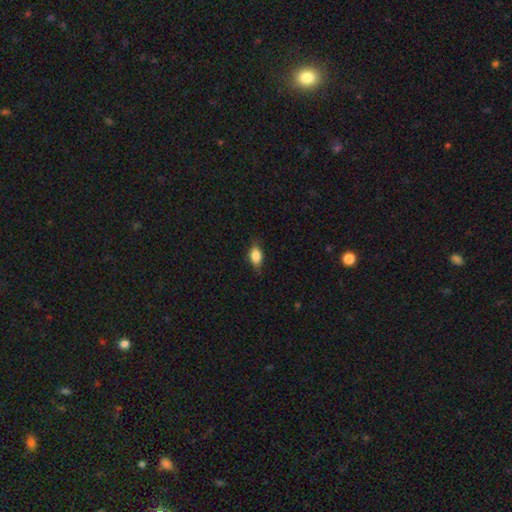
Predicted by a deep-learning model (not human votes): The model was most divided on "merging": none: 73%, minor disturbance: 22%, major disturbance: 4%, merger: 1%. More confident: how rounded — in between (84%); smooth or featured — smooth (81%).